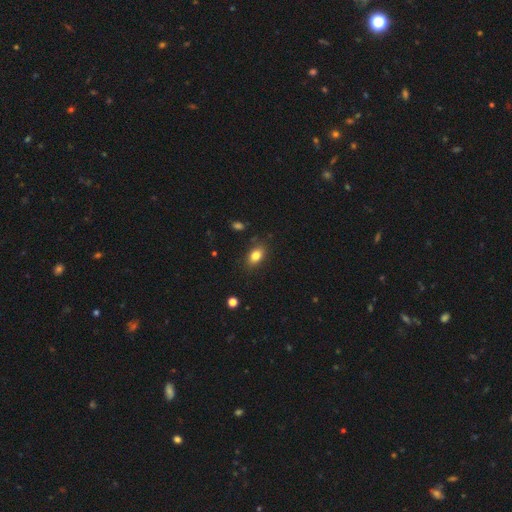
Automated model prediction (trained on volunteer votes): The model was most divided on "how rounded": in between: 84%, round: 14%, cigar-shaped: 2%. More confident: merging — none (83%); smooth or featured — smooth (83%).